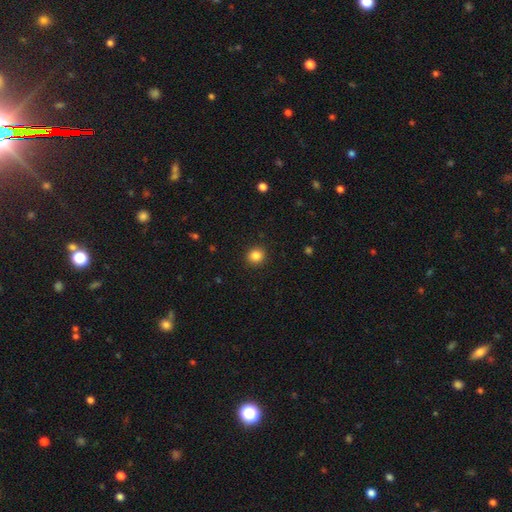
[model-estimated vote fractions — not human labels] This is clearly a smooth galaxy (85%). How rounded: clearly round (88%). Merging: clearly none (92%).